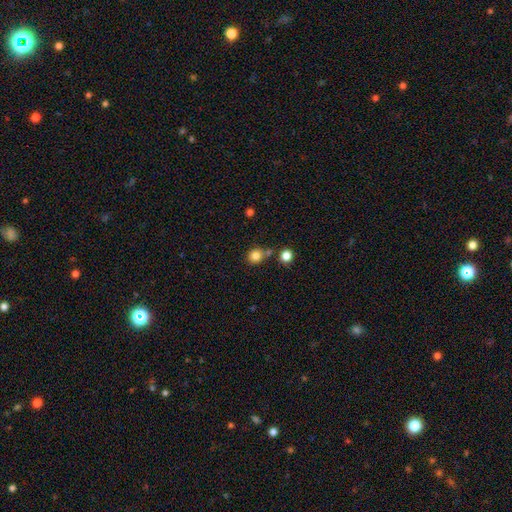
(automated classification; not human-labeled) smooth 83%, star or artifact 12%, featured or disk 6%. Down the decision tree: how rounded — round (87%); merging — none (69%).